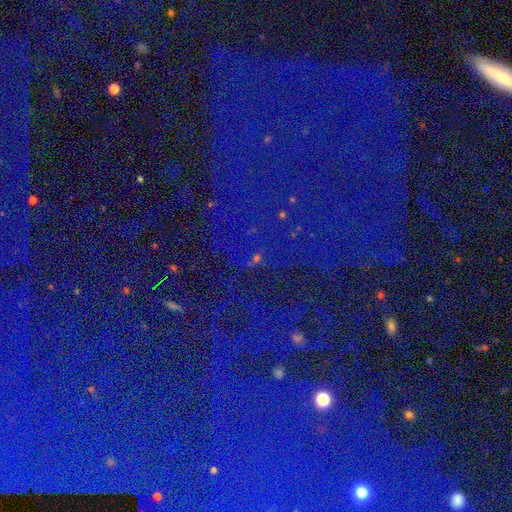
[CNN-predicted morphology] This is clearly a star or artifact rather than a galaxy (84%).